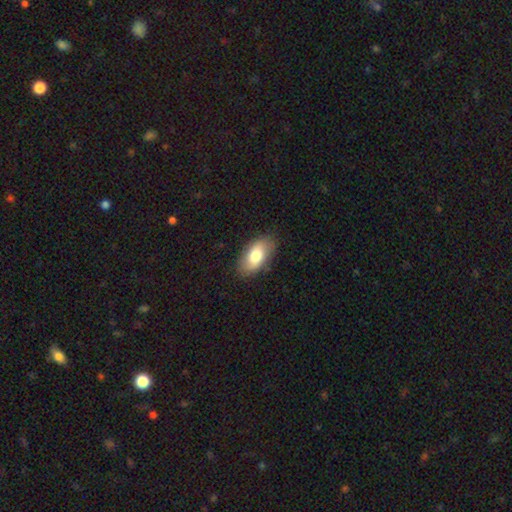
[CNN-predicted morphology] Smooth or featured? Predicted: smooth (p=0.76). How rounded? Predicted: in between (p=0.93). Merging? Predicted: none (p=0.83).